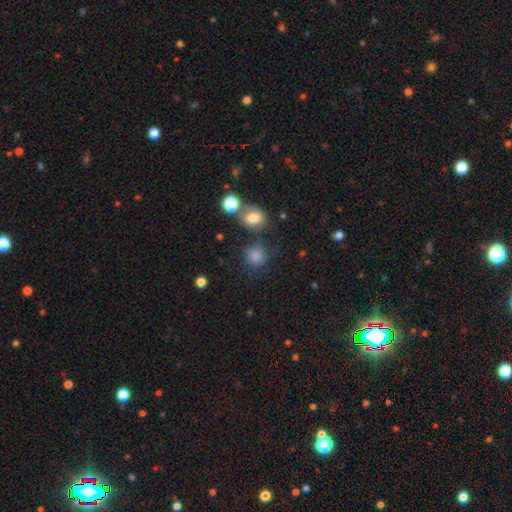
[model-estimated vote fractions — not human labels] The model was most divided on "merging": none: 66%, minor disturbance: 16%, merger: 11%, major disturbance: 7%. More confident: how rounded — round (83%); smooth or featured — smooth (82%).